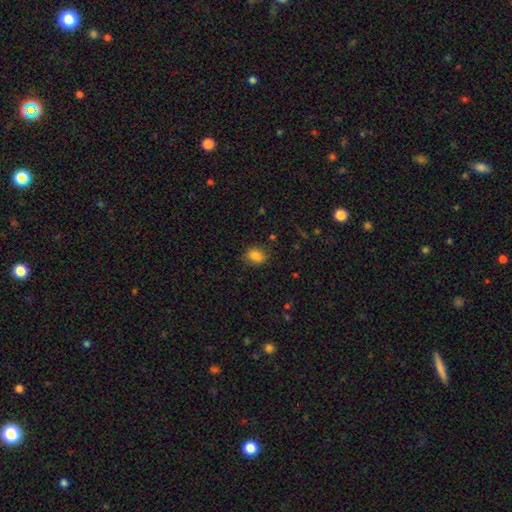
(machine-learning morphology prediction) smooth-or-featured: smooth: 83% | star or artifact: 10% | featured or disk: 7%
  how-rounded: in between: 50% | round: 49% | cigar-shaped: 1%
  merging: none: 80% | minor disturbance: 15% | major disturbance: 4% | merger: 1%